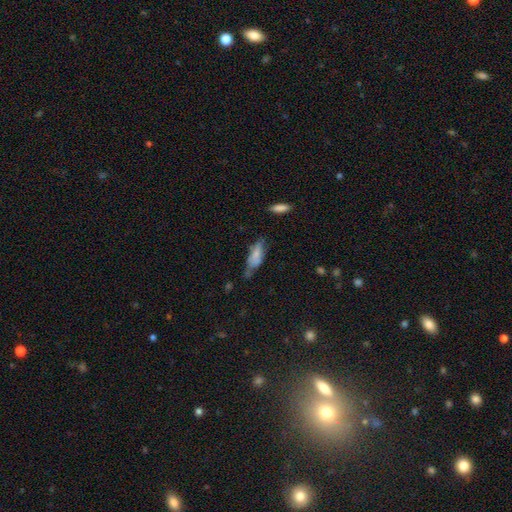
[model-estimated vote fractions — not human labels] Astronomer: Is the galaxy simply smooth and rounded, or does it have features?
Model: smooth — 67%.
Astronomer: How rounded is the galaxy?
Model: in between — 60% (runner-up: cigar-shaped, 38%).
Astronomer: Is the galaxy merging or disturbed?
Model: none — 40% (runner-up: minor disturbance, 37%).